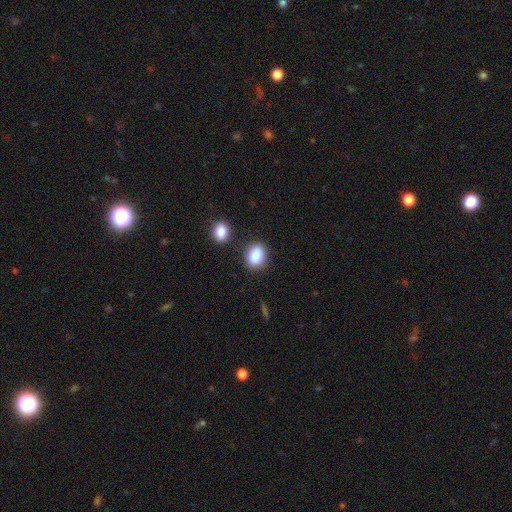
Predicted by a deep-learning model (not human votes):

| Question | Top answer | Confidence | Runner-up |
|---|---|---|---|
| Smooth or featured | smooth | 87% | star or artifact (8%) |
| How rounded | in between | 68% | round (31%) |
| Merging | none | 78% | minor disturbance (11%) |